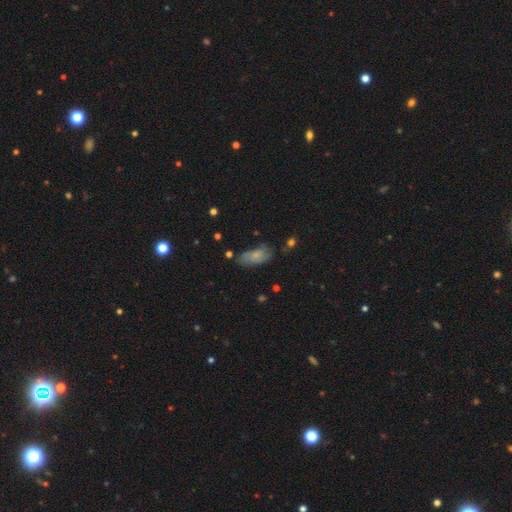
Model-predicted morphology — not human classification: A smooth galaxy with no disk features (61%) that is in between round and cigar-shaped (86%).

Vote fractions:
- Smooth or featured? smooth: 61% / featured or disk: 31% / star or artifact: 9%
- How rounded? in between: 86% / cigar-shaped: 10% / round: 3%
- Merging? none: 54% / minor disturbance: 31% / major disturbance: 11% / merger: 4%